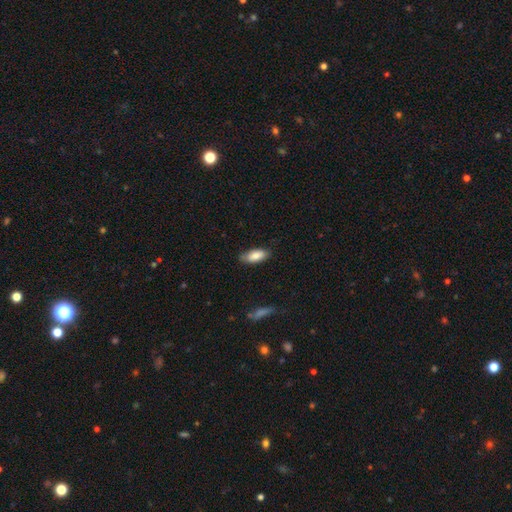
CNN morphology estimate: Q: Smooth or featured?
A: smooth (83%); runner-up: featured or disk (11%)
Q: How rounded?
A: in between (83%); runner-up: cigar-shaped (15%)
Q: Merging?
A: none (78%); runner-up: minor disturbance (17%)